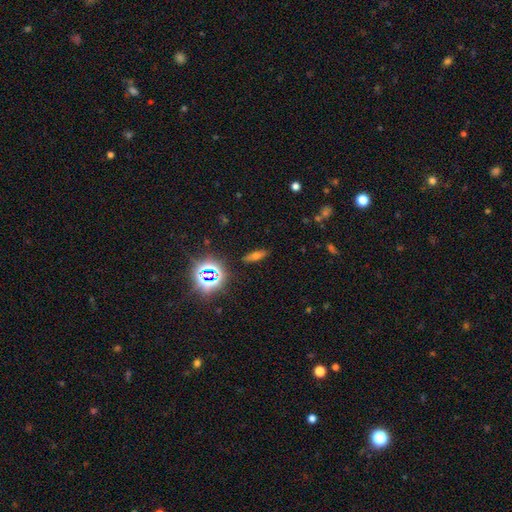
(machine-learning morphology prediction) smooth_or_featured: smooth (p=0.50) [alt: star or artifact p=0.28]
how_rounded: cigar-shaped (p=0.47) [alt: in between p=0.46]
merging: none (p=0.87) [alt: minor disturbance p=0.09]